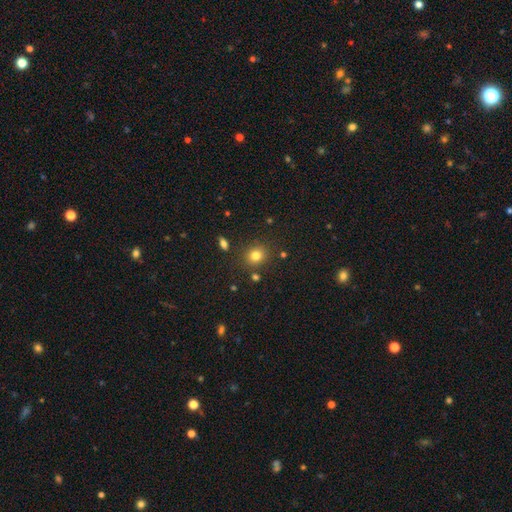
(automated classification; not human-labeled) Overall: smooth (80%). How rounded: round (75%). Merging: none (84%).